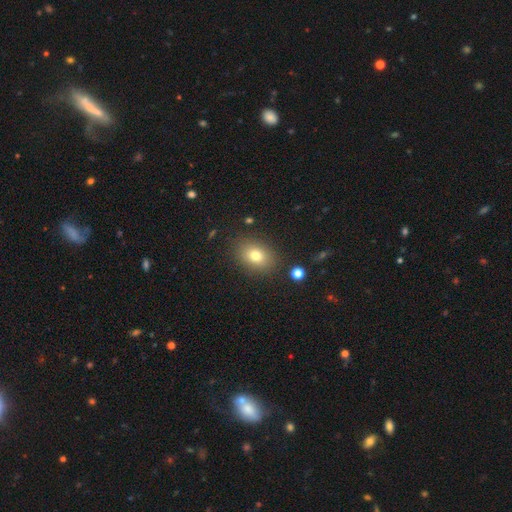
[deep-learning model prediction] A smooth galaxy with no disk features (77%) that is in between round and cigar-shaped (69%).

Vote fractions:
- Smooth or featured? smooth: 77% / star or artifact: 12% / featured or disk: 11%
- How rounded? in between: 69% / round: 29% / cigar-shaped: 1%
- Merging? none: 85% / minor disturbance: 10% / major disturbance: 3% / merger: 2%